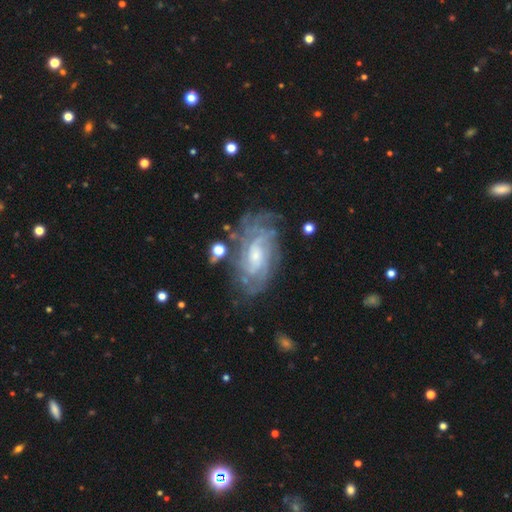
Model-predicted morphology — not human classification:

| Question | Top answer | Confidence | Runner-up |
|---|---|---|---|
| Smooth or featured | featured or disk | 85% | smooth (9%) |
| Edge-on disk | no | 95% | yes (5%) |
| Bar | no | 58% | weak (34%) |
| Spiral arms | yes | 94% | no (6%) |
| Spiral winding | tight | 64% | medium (29%) |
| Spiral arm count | can't tell | 44% | 4 (17%) |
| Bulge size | small | 63% | moderate (28%) |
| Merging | none | 69% | minor disturbance (19%) |